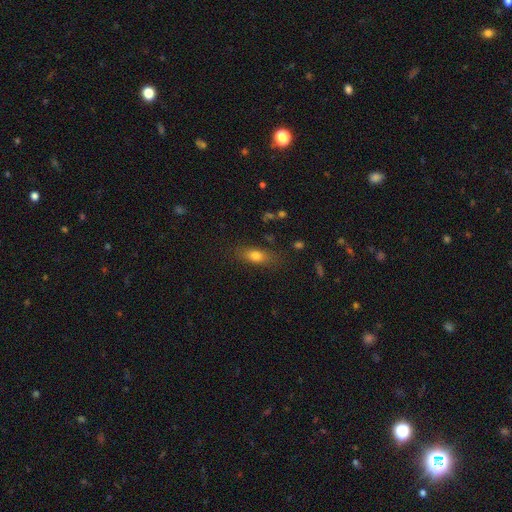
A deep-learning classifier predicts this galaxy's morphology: A smooth galaxy with no disk features (77%) that is in between round and cigar-shaped (71%).

Vote fractions:
- Smooth or featured? smooth: 77% / featured or disk: 14% / star or artifact: 9%
- How rounded? in between: 71% / cigar-shaped: 22% / round: 7%
- Merging? none: 77% / minor disturbance: 16% / major disturbance: 5% / merger: 2%